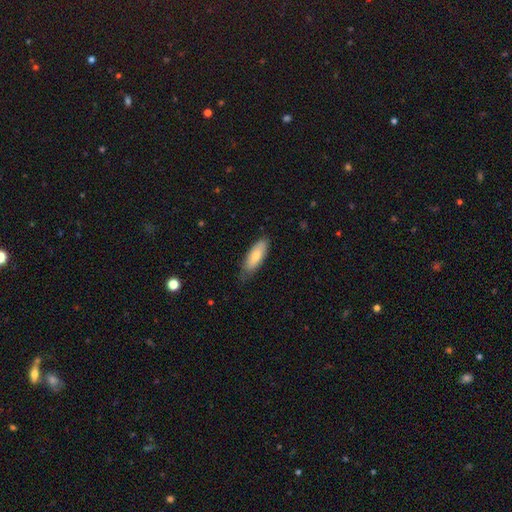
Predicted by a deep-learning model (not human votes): Q: Smooth or featured?
A: smooth (74%); runner-up: featured or disk (20%)
Q: How rounded?
A: in between (70%); runner-up: cigar-shaped (29%)
Q: Merging?
A: none (68%); runner-up: minor disturbance (26%)